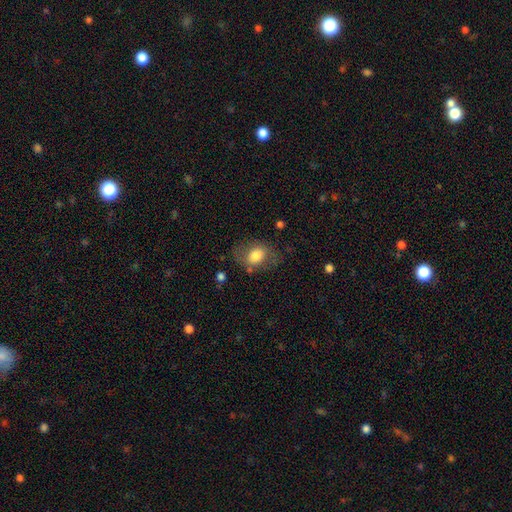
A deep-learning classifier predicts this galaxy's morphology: smooth-or-featured: smooth: 71% | featured or disk: 21% | star or artifact: 8%
  how-rounded: in between: 67% | round: 31% | cigar-shaped: 1%
  merging: none: 67% | minor disturbance: 20% | major disturbance: 11% | merger: 3%